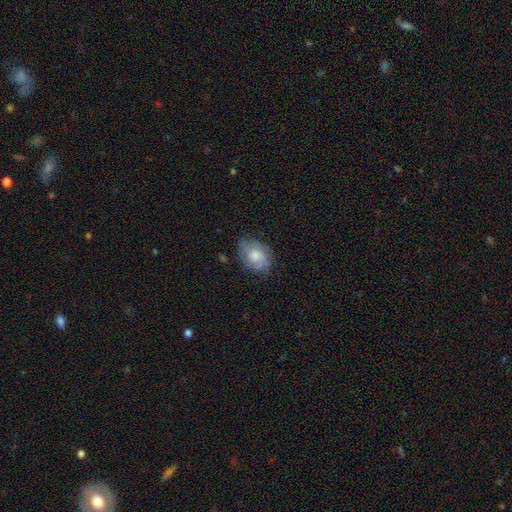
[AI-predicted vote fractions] This is possibly a smooth galaxy (56%). How rounded: likely in between (75%). Merging: likely none (64%).